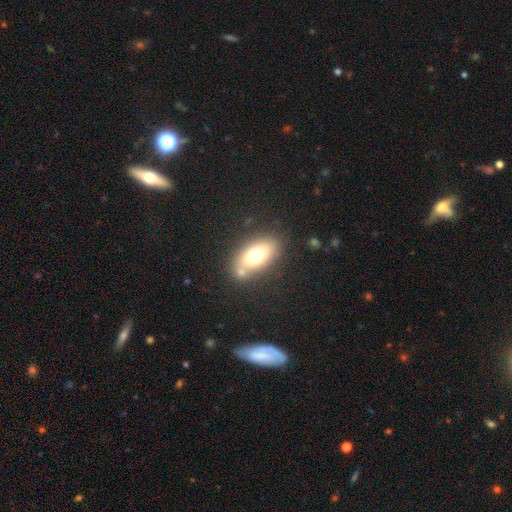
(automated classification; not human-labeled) Smooth or featured? Predicted: smooth (p=0.70). How rounded? Predicted: in between (p=0.87). Merging? Predicted: none (p=0.70).